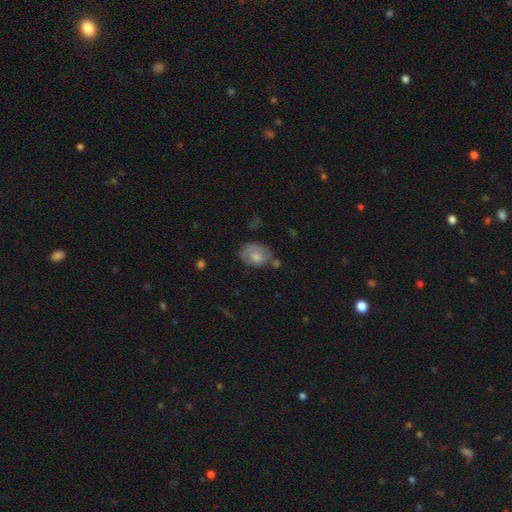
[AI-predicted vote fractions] This appears to be a smooth galaxy with no disk features (69%) that is in between round and cigar-shaped (67%). Merging: none (50%).